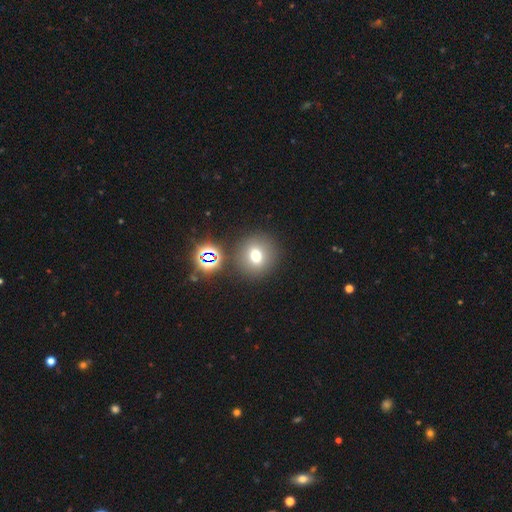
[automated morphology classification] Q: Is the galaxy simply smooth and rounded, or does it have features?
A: smooth — 67%.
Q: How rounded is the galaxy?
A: round — 85%.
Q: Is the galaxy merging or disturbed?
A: none — 83%.